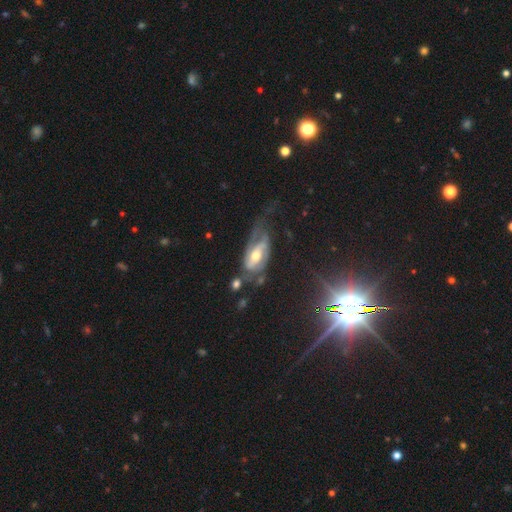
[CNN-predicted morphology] The model was most divided on "bar" (2-way tie): weak: 38%, no: 38%, strong: 24%. Remaining: edge-on disk — no (91%); spiral arms — yes (83%); smooth or featured — featured or disk (75%); bulge size — moderate (68%); spiral arm count — 2 (63%); spiral winding — medium (40%); merging — none (36%).